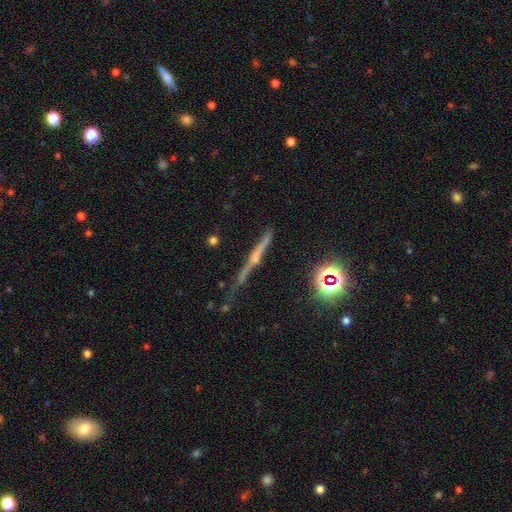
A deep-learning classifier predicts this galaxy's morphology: The model was most divided on "smooth or featured": featured or disk: 58%, star or artifact: 23%, smooth: 18%. More confident: edge-on disk — yes (92%); merging — none (75%); edge-on bulge — rounded (65%).